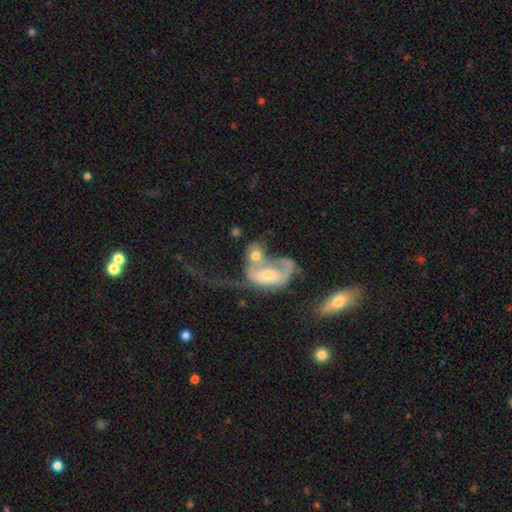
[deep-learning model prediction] A featured or disk galaxy (51%). Merging: merger (72%).